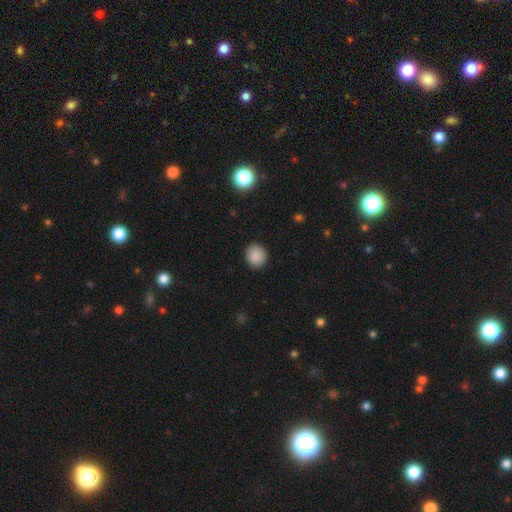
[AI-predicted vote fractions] This is clearly a smooth galaxy (88%). How rounded: clearly round (84%). Merging: clearly none (90%).